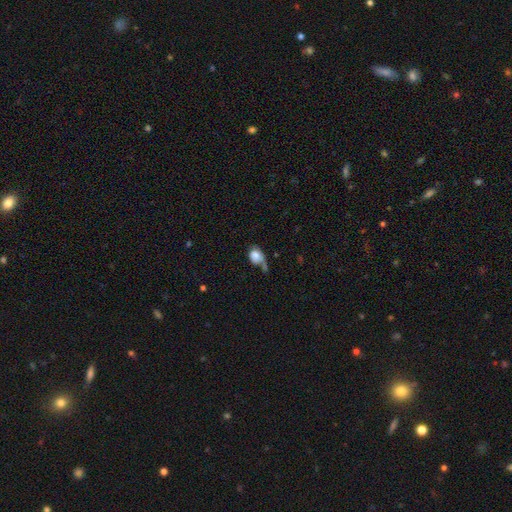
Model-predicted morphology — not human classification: Smooth or featured? smooth (77%)
How rounded? in between (58%)
Merging? none (31%)